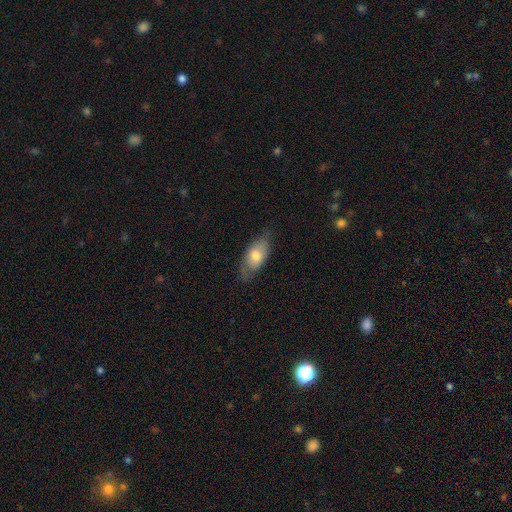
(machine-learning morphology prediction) smooth_or_featured: smooth (p=0.68) [alt: featured or disk p=0.26]
how_rounded: in between (p=0.87) [alt: cigar-shaped p=0.09]
merging: none (p=0.69) [alt: minor disturbance p=0.24]